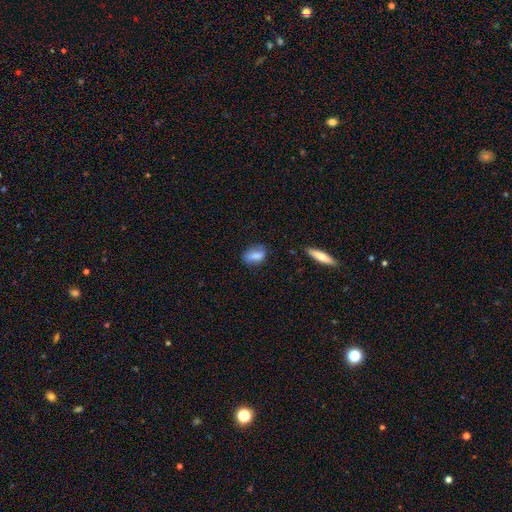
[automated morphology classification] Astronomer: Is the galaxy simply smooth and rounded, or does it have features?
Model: smooth — 80%.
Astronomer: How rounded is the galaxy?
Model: in between — 83%.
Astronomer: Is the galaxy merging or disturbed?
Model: none — 67%.